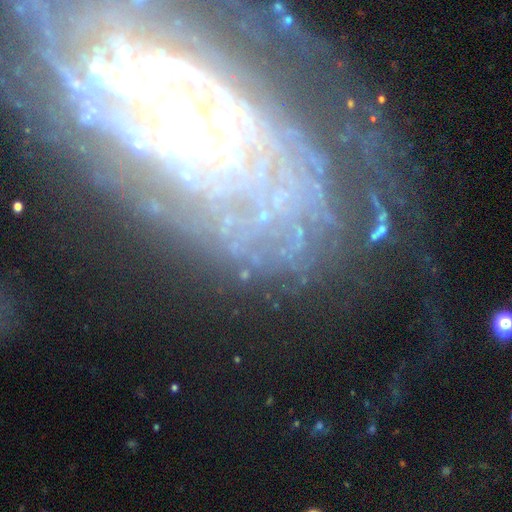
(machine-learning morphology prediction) Smooth or featured? featured or disk (52%)
Edge-on disk? no (92%)
Merging? none (67%)